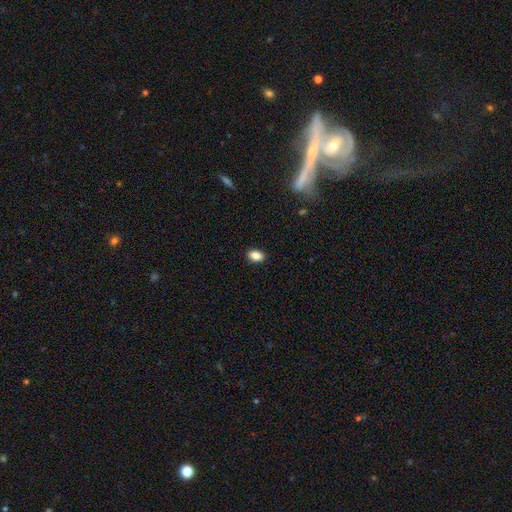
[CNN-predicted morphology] This is clearly a smooth galaxy (86%). How rounded: clearly in between (84%). Merging: clearly none (89%).